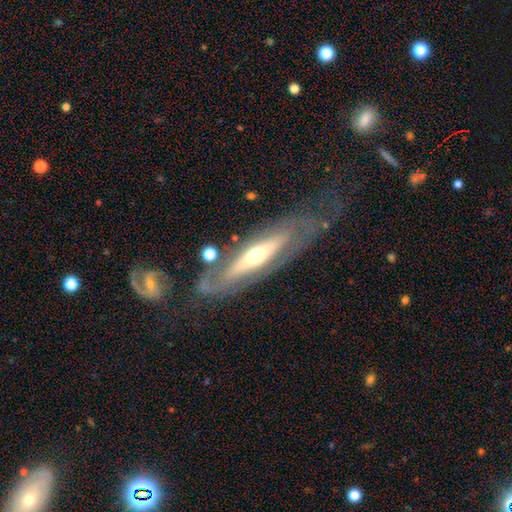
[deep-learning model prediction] Overall: featured or disk (71%). Edge-on disk: no (53%; yes 47%). Merging: none (62%).